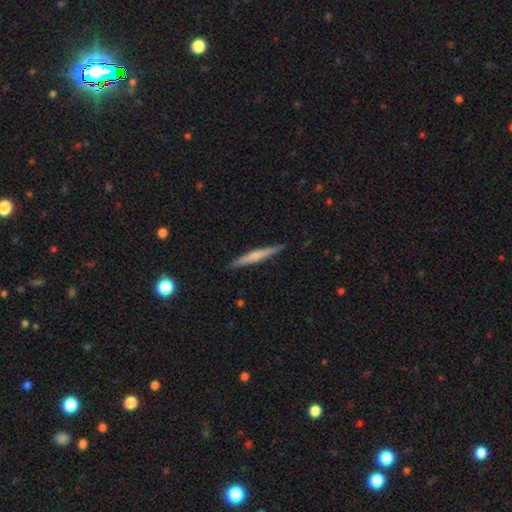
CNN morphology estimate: smooth_or_featured: smooth (p=0.48) [alt: featured or disk p=0.46]
merging: none (p=0.91) [alt: minor disturbance p=0.07]